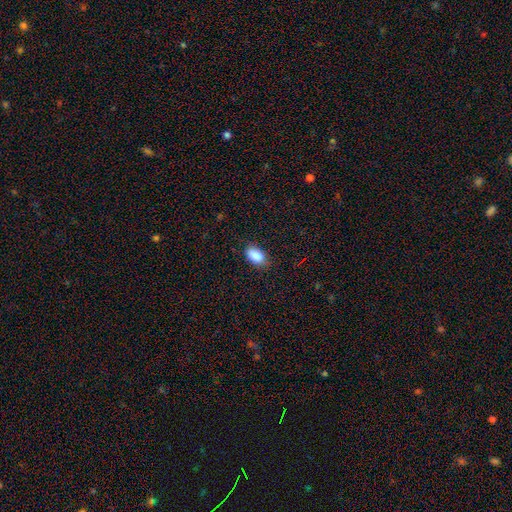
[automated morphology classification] Smooth or featured? Predicted: smooth (p=0.88). How rounded? Predicted: in between (p=0.92). Merging? Predicted: none (p=0.80).